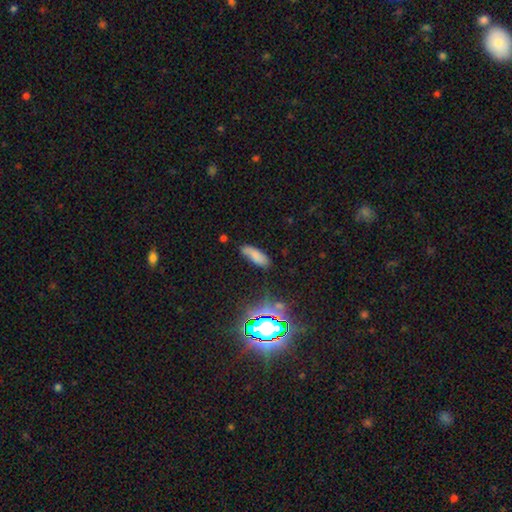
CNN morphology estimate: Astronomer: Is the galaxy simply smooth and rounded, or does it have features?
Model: smooth — 71%.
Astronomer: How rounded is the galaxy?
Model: in between — 63%.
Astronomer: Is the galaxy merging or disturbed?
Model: none — 67%.